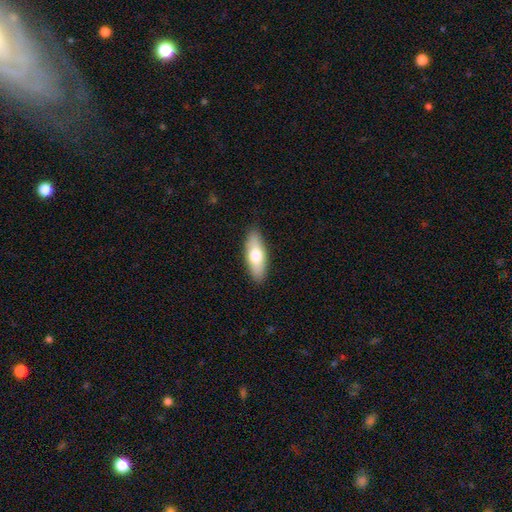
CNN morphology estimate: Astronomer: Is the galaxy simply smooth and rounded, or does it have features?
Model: smooth — 68%.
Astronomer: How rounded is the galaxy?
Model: in between — 67%.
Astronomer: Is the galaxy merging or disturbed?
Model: none — 88%.